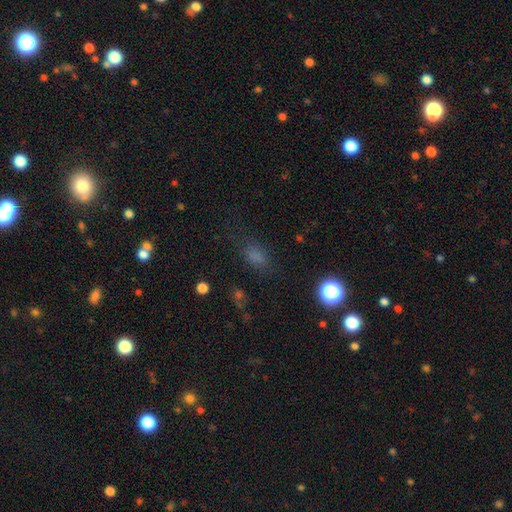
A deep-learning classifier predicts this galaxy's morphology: Smooth or featured?
  - smooth: 71% *
  - star or artifact: 22%
  - featured or disk: 8%
How rounded?
  - in between: 77% *
  - round: 17%
  - cigar-shaped: 6%
Merging?
  - none: 70% *
  - minor disturbance: 18%
  - major disturbance: 10%
  - merger: 2%